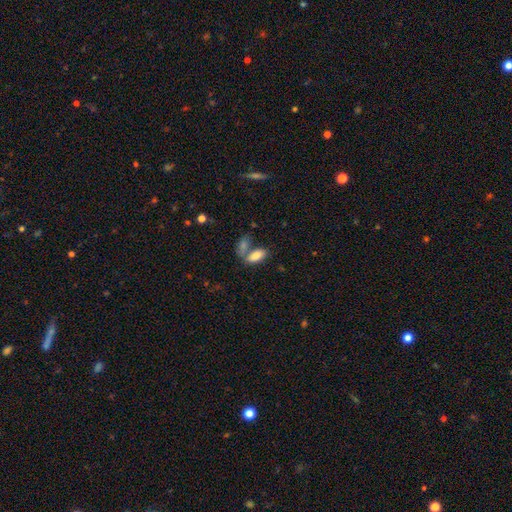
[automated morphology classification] Q: Smooth or featured?
A: smooth (83%); runner-up: featured or disk (10%)
Q: How rounded?
A: in between (89%); runner-up: cigar-shaped (8%)
Q: Merging?
A: merger (46%); runner-up: none (39%)